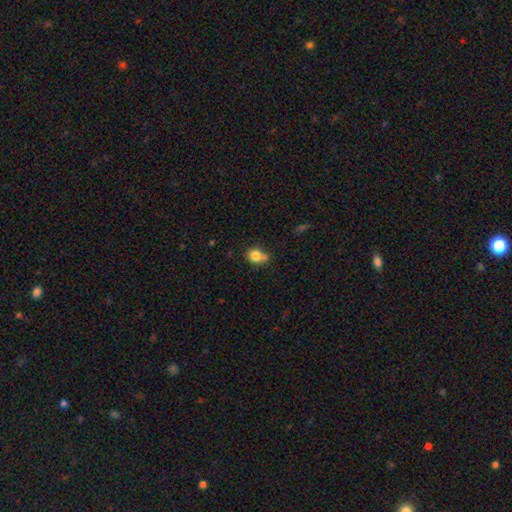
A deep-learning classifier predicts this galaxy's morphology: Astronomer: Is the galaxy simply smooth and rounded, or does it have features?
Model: smooth — 80%.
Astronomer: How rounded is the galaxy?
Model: round — 72%.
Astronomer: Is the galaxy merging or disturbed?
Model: none — 49% (runner-up: merger, 29%).